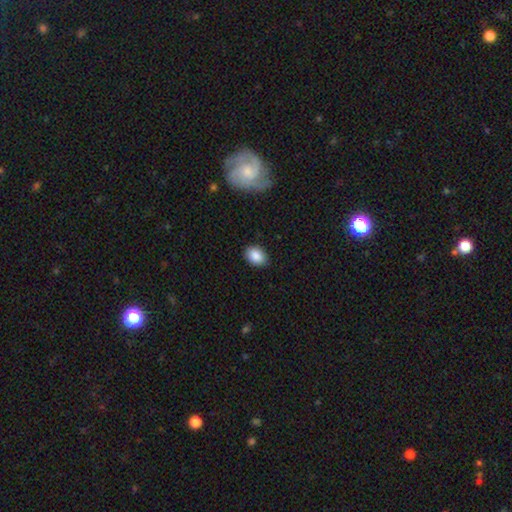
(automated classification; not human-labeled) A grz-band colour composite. It shows a smooth galaxy with no disk features (88%) that is in between round and cigar-shaped (74%). Merging: none (87%).